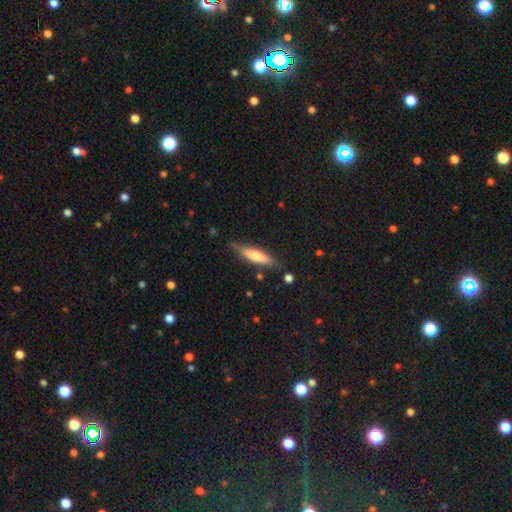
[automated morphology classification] This appears to be a smooth galaxy with no disk features (54%) that is cigar-shaped (70%). Merging: none (74%).